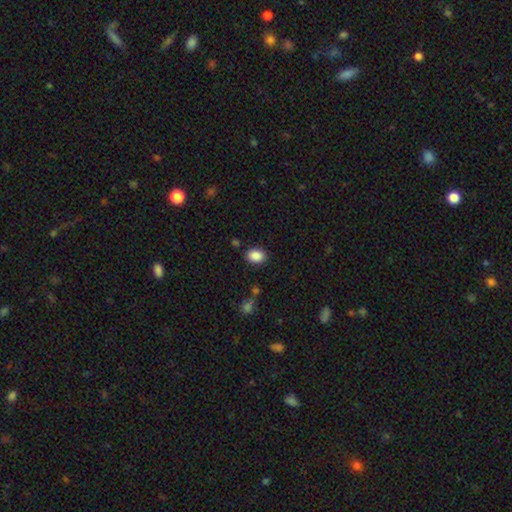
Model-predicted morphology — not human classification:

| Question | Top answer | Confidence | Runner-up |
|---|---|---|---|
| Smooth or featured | smooth | 88% | star or artifact (8%) |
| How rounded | in between | 76% | round (23%) |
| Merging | none | 85% | minor disturbance (10%) |